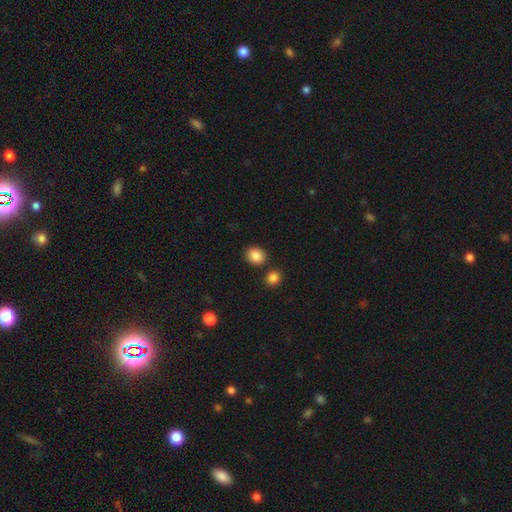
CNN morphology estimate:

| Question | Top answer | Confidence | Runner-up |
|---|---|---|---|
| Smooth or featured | smooth | 87% | star or artifact (9%) |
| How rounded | round | 59% | in between (40%) |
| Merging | none | 80% | minor disturbance (9%) |